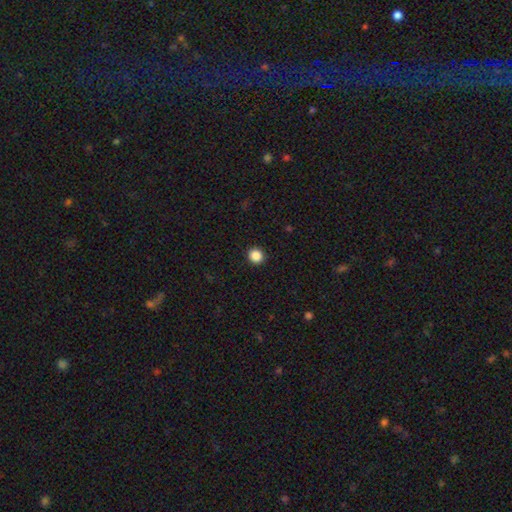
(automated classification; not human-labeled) Smooth or featured? smooth (87%)
How rounded? round (92%)
Merging? none (93%)